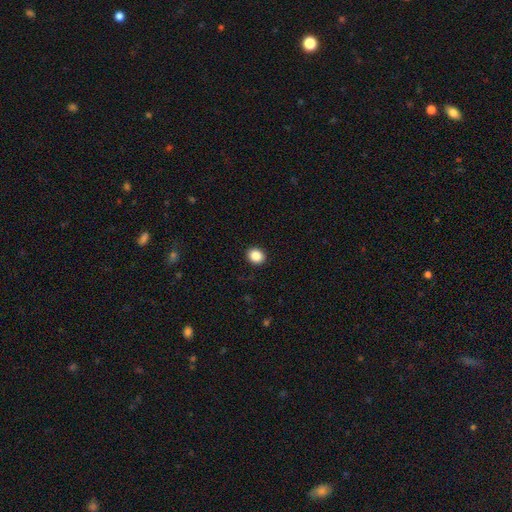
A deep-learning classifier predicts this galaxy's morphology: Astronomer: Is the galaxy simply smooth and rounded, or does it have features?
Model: smooth — 87%.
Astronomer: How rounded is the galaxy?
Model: round — 65%.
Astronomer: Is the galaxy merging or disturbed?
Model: none — 92%.